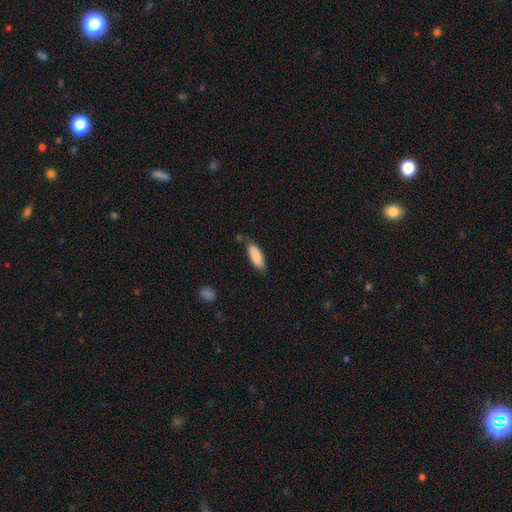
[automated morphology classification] This appears to be a smooth galaxy with no disk features (87%) that is in between round and cigar-shaped (65%). Merging: none (76%).